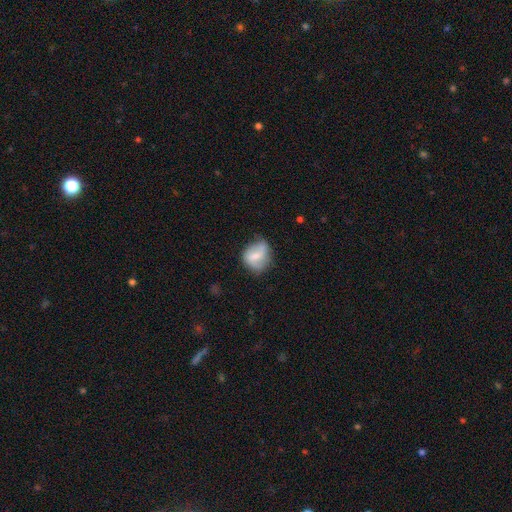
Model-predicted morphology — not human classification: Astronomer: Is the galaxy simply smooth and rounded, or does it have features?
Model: smooth — 53% (runner-up: featured or disk, 39%).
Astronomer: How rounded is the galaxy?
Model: round — 59% (runner-up: in between, 39%).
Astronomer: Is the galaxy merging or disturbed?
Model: none — 48% (runner-up: minor disturbance, 35%).